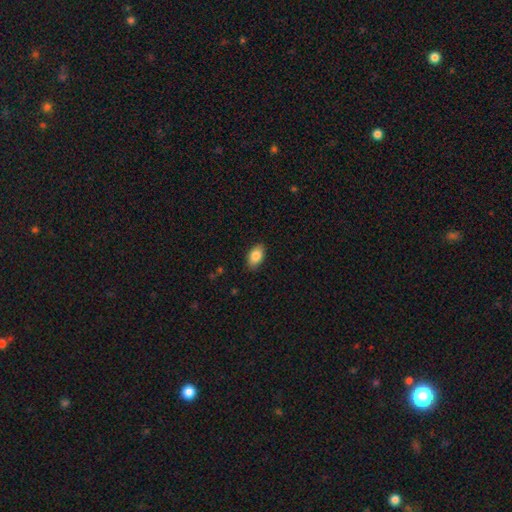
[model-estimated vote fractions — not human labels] Smooth or featured? smooth (85%)
How rounded? in between (91%)
Merging? none (87%)